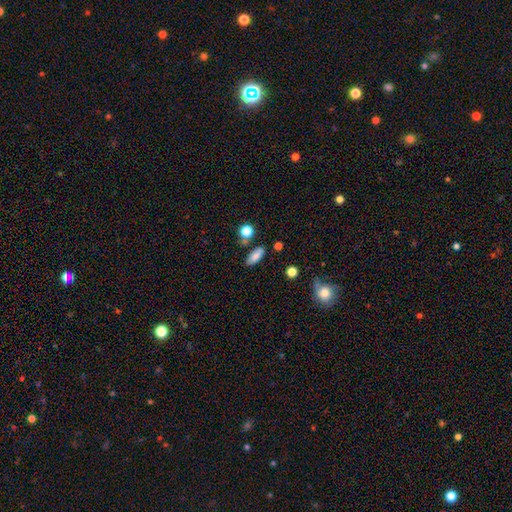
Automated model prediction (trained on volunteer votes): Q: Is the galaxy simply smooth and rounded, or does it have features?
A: smooth — 81%.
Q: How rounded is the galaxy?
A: in between — 76%.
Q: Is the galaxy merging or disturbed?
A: none — 75%.